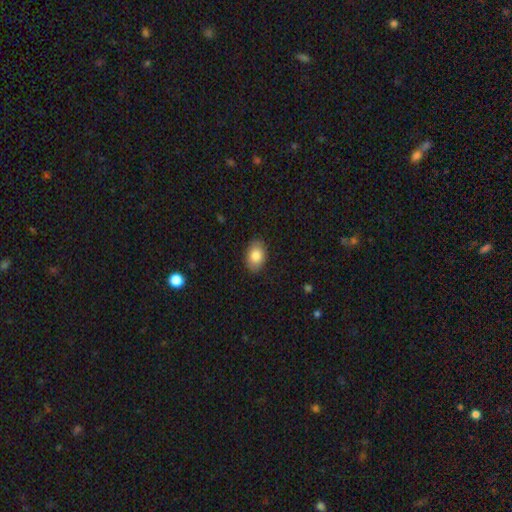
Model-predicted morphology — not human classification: smooth-or-featured: smooth: 83% | featured or disk: 10% | star or artifact: 7%
  how-rounded: in between: 85% | round: 14% | cigar-shaped: 1%
  merging: none: 86% | minor disturbance: 10% | major disturbance: 2% | merger: 1%